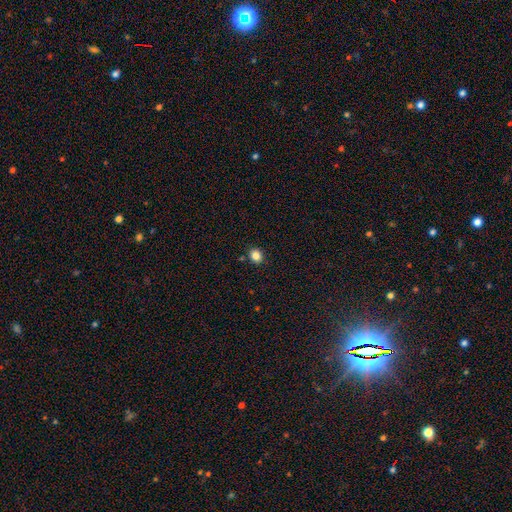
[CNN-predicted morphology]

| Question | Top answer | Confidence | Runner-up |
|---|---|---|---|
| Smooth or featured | smooth | 84% | star or artifact (12%) |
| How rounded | round | 71% | in between (28%) |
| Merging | none | 88% | minor disturbance (8%) |